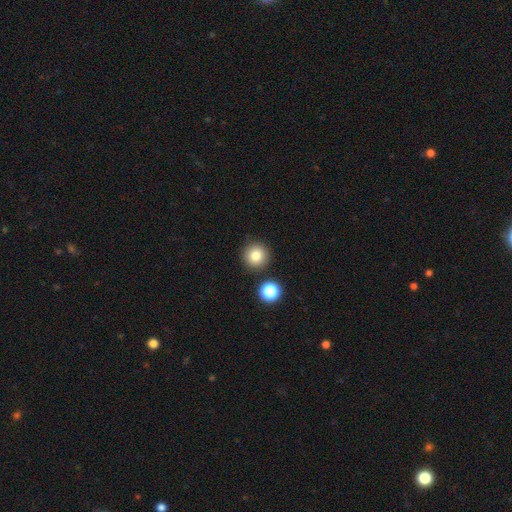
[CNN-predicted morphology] Smooth or featured? smooth (81%)
How rounded? round (95%)
Merging? none (87%)